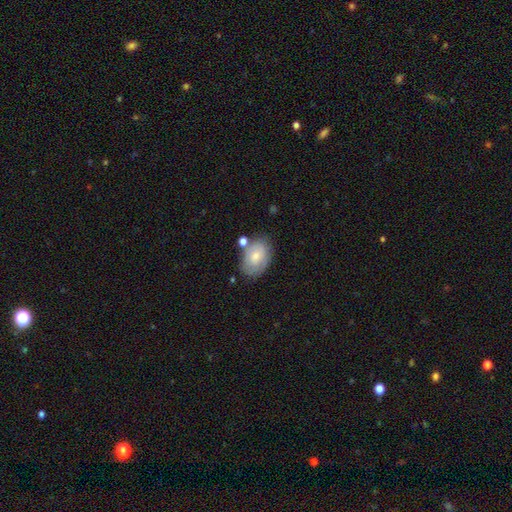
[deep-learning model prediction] This is likely a smooth galaxy (64%). How rounded: clearly in between (83%). Merging: likely none (62%).